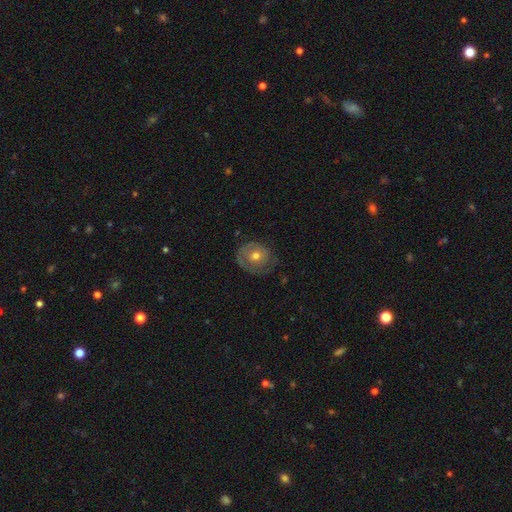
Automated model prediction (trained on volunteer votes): Morphology: type=featured or disk (48%); merging=none (61%).